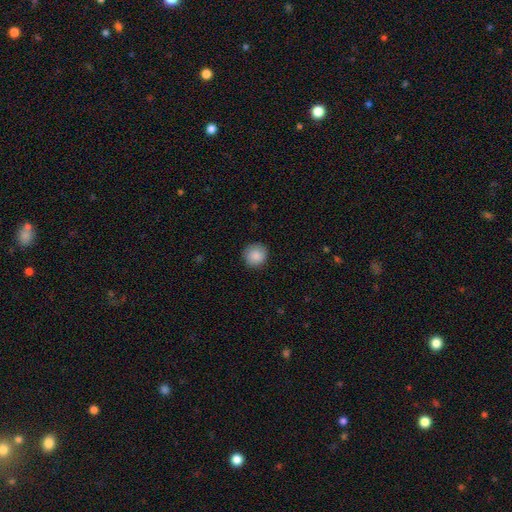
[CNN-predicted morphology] Q: Smooth or featured?
A: smooth (87%); runner-up: star or artifact (8%)
Q: How rounded?
A: round (93%); runner-up: in between (6%)
Q: Merging?
A: none (90%); runner-up: minor disturbance (8%)